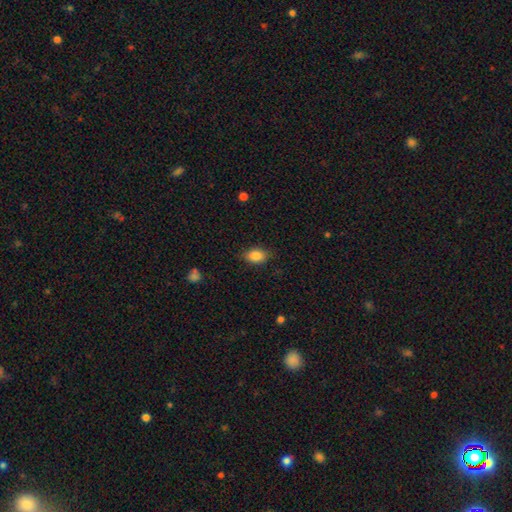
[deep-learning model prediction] smooth_or_featured: smooth (p=0.86) [alt: star or artifact p=0.08]
how_rounded: in between (p=0.81) [alt: round p=0.17]
merging: none (p=0.83) [alt: minor disturbance p=0.13]